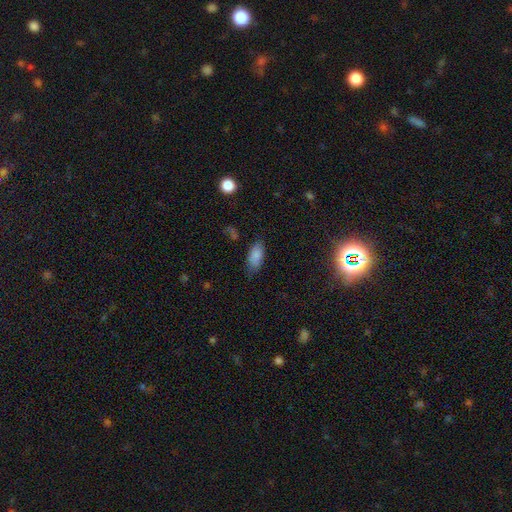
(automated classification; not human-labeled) Smooth or featured?
  - smooth: 85% *
  - star or artifact: 9%
  - featured or disk: 7%
How rounded?
  - in between: 90% *
  - cigar-shaped: 8%
  - round: 2%
Merging?
  - none: 76% *
  - minor disturbance: 18%
  - major disturbance: 4%
  - merger: 2%